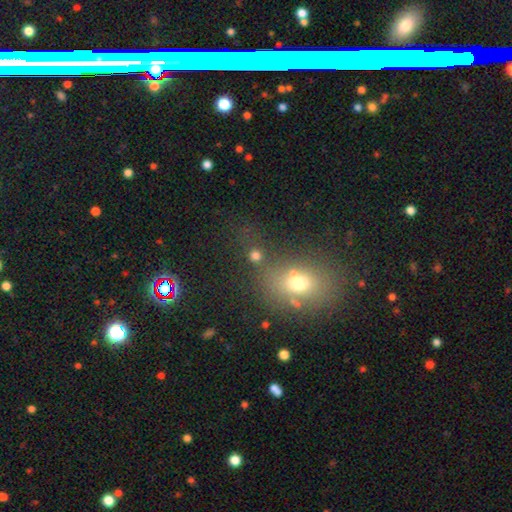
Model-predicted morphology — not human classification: Smooth or featured: smooth — 69% (star or artifact — 21%)
How rounded: round — 80% (in between — 19%)
Merging: none — 65% (merger — 19%)